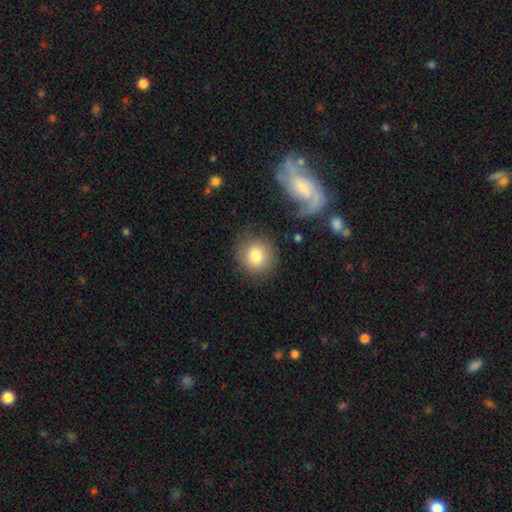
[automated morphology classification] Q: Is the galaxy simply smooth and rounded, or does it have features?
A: smooth — 81%.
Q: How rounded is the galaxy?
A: round — 89%.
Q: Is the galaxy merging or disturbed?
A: none — 82%.